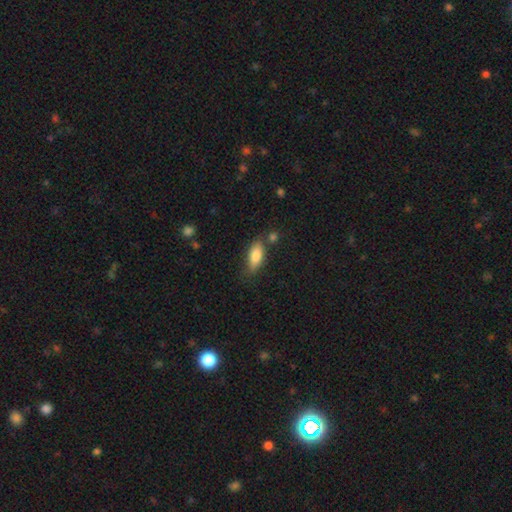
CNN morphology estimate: This is clearly a smooth galaxy (82%). How rounded: clearly in between (81%). Merging: likely none (68%).